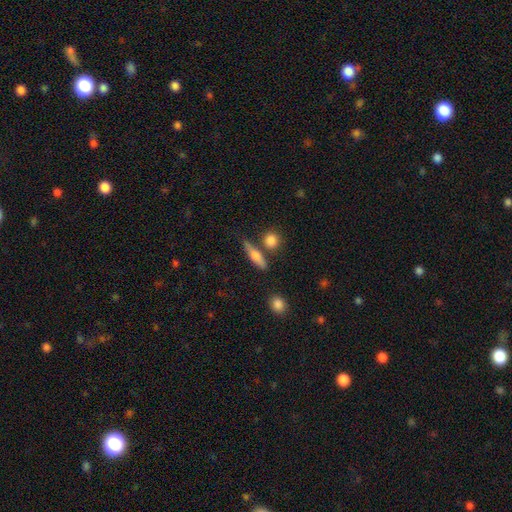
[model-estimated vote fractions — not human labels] Smooth or featured? Predicted: smooth (p=0.61). How rounded? Predicted: cigar-shaped (p=0.63). Merging? Predicted: none (p=0.71).